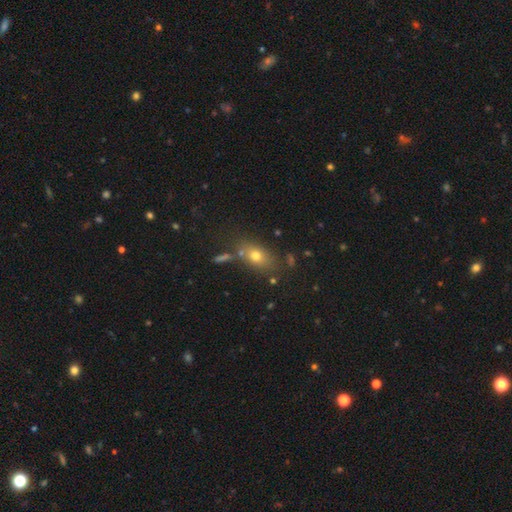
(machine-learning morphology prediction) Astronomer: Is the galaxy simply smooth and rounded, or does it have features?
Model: smooth — 71%.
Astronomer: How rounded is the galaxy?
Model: in between — 70%.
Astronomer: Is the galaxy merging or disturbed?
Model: none — 70%.